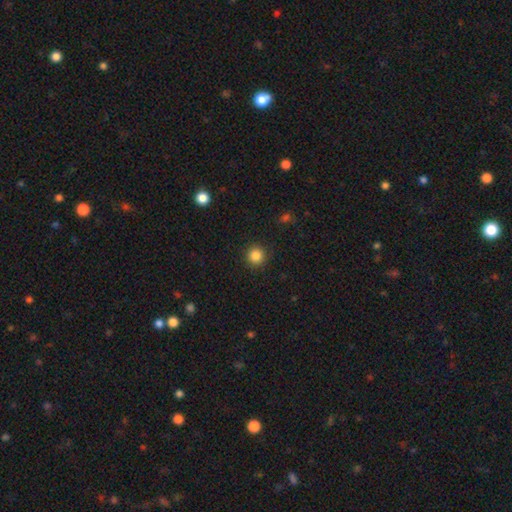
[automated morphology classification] This appears to be a smooth galaxy with no disk features (85%) that is round (94%). Merging: none (91%).